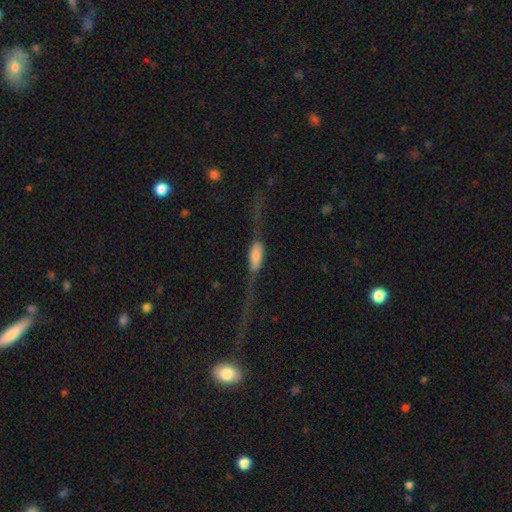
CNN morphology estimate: smooth-or-featured: smooth: 54% | featured or disk: 37% | star or artifact: 8%
  how-rounded: in between: 68% | cigar-shaped: 26% | round: 6%
  merging: major disturbance: 47% | none: 27% | minor disturbance: 19% | merger: 7%